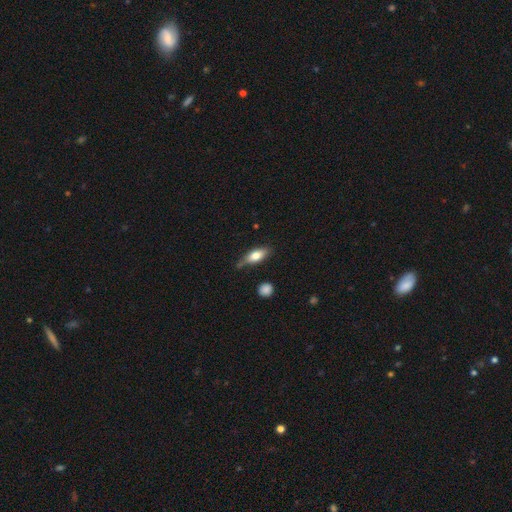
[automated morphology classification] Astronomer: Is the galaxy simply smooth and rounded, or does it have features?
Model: smooth — 70%.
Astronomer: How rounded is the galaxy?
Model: in between — 71%.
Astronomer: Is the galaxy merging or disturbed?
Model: none — 65%.